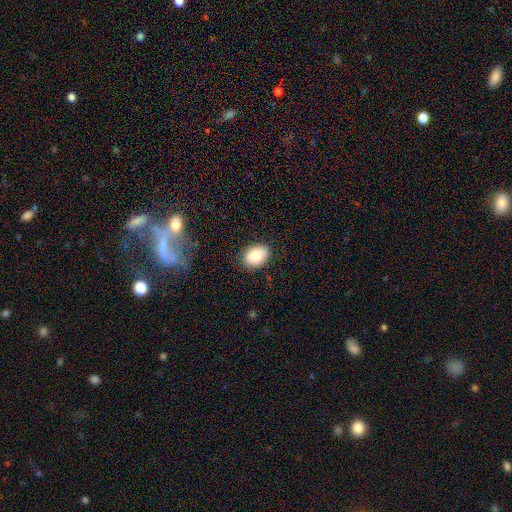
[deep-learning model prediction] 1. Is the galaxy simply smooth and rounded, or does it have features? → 85% smooth, 8% star or artifact, 8% featured or disk.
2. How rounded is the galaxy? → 71% in between, 28% round, 1% cigar-shaped.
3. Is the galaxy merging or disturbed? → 86% none, 10% minor disturbance, 2% major disturbance, 1% merger.